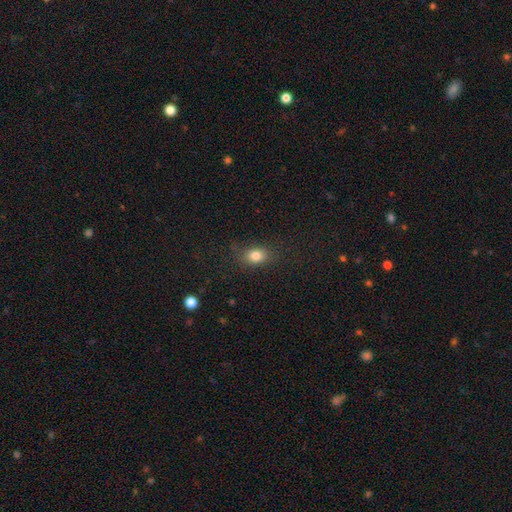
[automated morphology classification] This appears to be a smooth galaxy with no disk features (81%) that is in between round and cigar-shaped (63%). Merging: none (77%).